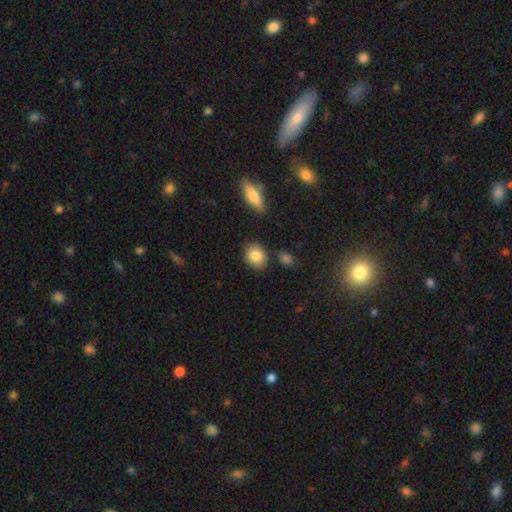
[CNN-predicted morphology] This is clearly a smooth galaxy (84%). How rounded: possibly round (51%). Merging: clearly none (81%).